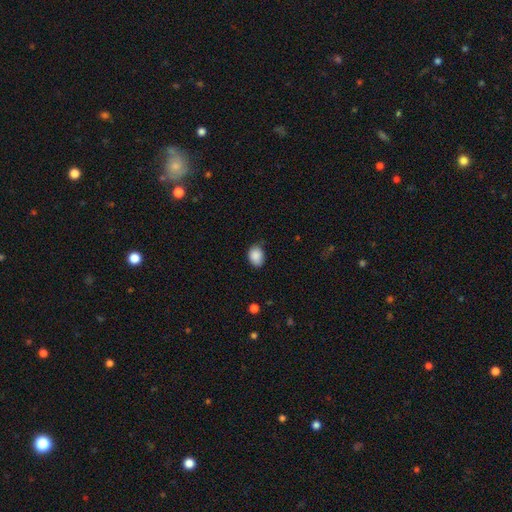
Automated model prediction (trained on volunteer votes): A smooth galaxy with no disk features (88%) that is in between round and cigar-shaped (63%).

Vote fractions:
- Smooth or featured? smooth: 88% / star or artifact: 8% / featured or disk: 4%
- How rounded? in between: 63% / round: 36% / cigar-shaped: 1%
- Merging? none: 65% / minor disturbance: 29% / major disturbance: 4% / merger: 1%